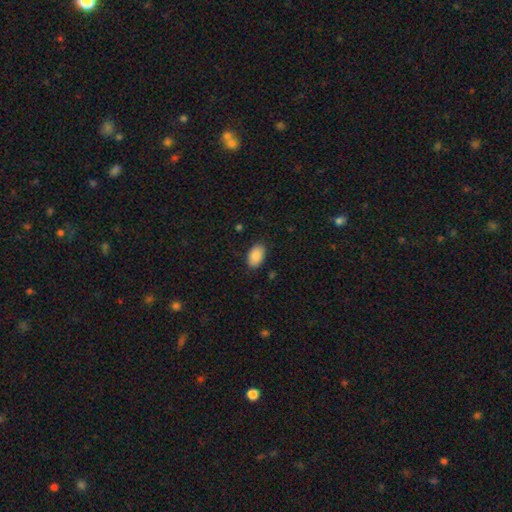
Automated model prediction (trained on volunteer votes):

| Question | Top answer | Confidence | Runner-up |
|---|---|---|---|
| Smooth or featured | smooth | 89% | star or artifact (6%) |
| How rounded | in between | 93% | round (6%) |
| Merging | none | 87% | minor disturbance (10%) |